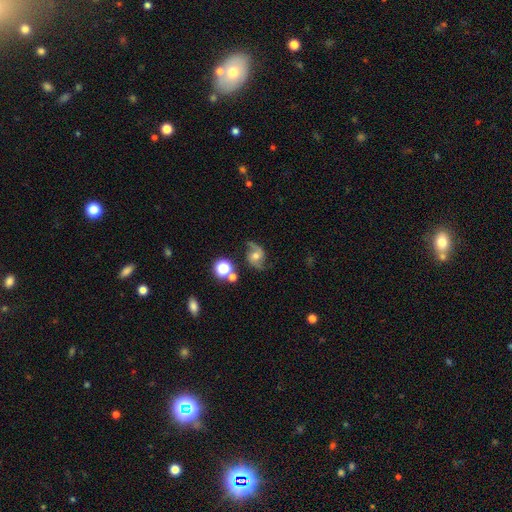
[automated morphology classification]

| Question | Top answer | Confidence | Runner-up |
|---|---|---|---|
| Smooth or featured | featured or disk | 77% | smooth (12%) |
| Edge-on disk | no | 97% | yes (3%) |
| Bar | no | 57% | weak (33%) |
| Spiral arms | yes | 95% | no (5%) |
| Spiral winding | loose | 57% | medium (35%) |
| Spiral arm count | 2 | 91% | 1 (3%) |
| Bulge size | moderate | 65% | small (23%) |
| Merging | none | 72% | minor disturbance (17%) |